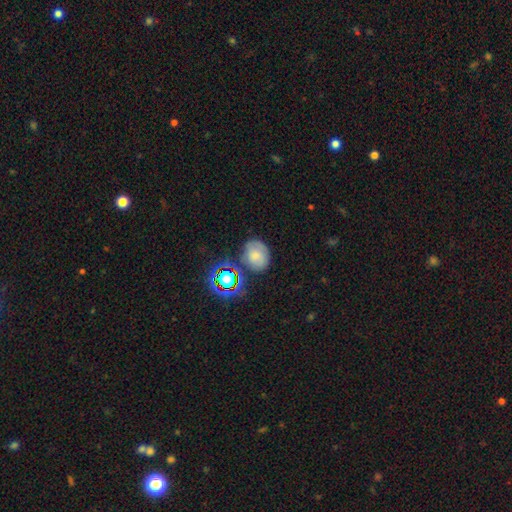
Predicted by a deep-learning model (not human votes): Smooth or featured?
  - smooth: 66% *
  - featured or disk: 17%
  - star or artifact: 17%
How rounded?
  - round: 51% *
  - in between: 48%
  - cigar-shaped: 1%
Merging?
  - none: 66% *
  - minor disturbance: 20%
  - merger: 7%
  - major disturbance: 6%